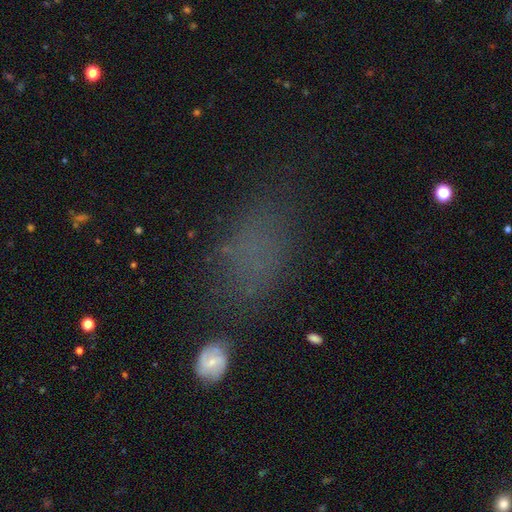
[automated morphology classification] This is likely a smooth galaxy (61%). How rounded: clearly in between (81%). Merging: likely none (64%).